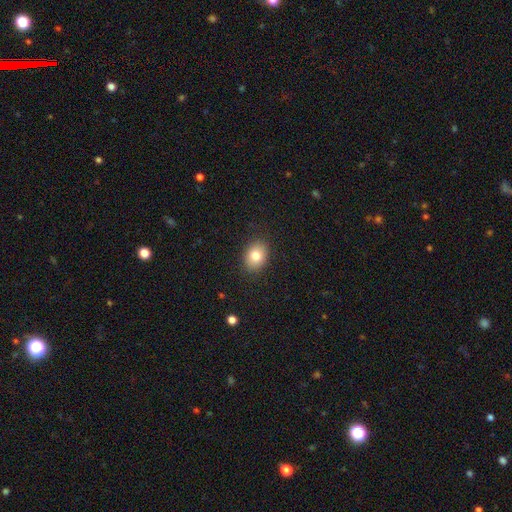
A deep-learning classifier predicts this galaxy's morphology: smooth-or-featured: smooth: 80% | featured or disk: 10% | star or artifact: 9%
  how-rounded: in between: 62% | round: 37% | cigar-shaped: 1%
  merging: none: 88% | minor disturbance: 9% | major disturbance: 2% | merger: 1%